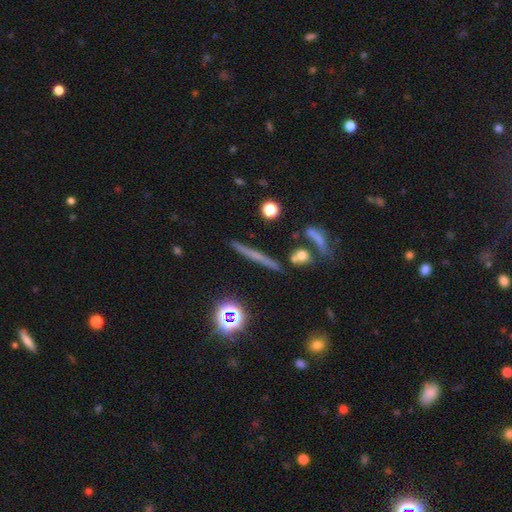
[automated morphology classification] Q: Smooth or featured?
A: featured or disk (46%); runner-up: smooth (37%)
Q: Merging?
A: none (85%); runner-up: minor disturbance (9%)